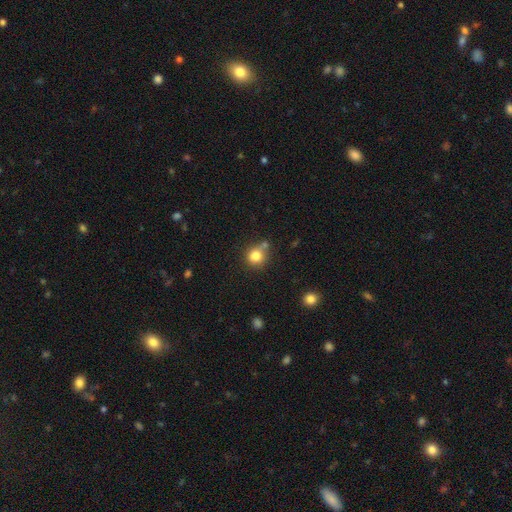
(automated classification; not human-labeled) Q: Smooth or featured?
A: smooth (82%); runner-up: star or artifact (11%)
Q: How rounded?
A: round (86%); runner-up: in between (13%)
Q: Merging?
A: none (60%); runner-up: merger (20%)